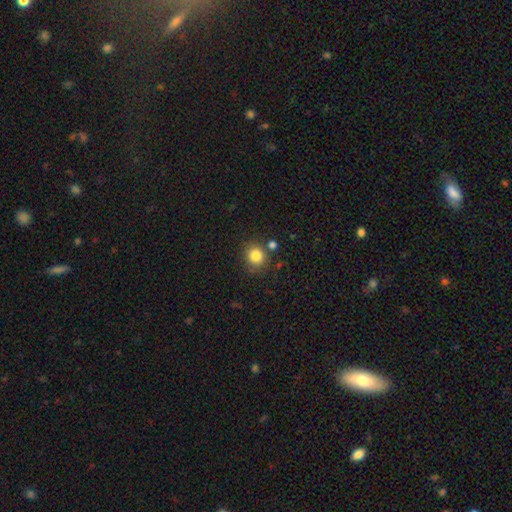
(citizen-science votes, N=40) Morphology: type=smooth (85%); roundness=round (91%); merging=none (83%).